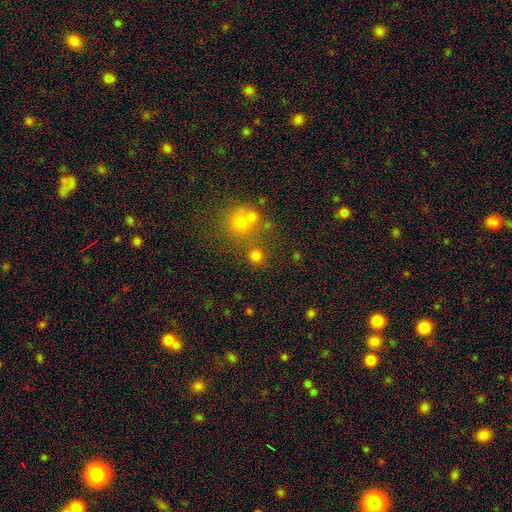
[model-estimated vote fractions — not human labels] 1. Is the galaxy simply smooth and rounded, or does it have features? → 76% smooth, 17% star or artifact, 7% featured or disk.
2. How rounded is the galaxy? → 90% round, 9% in between, 1% cigar-shaped.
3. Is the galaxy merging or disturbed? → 70% none, 18% merger, 8% minor disturbance, 4% major disturbance.